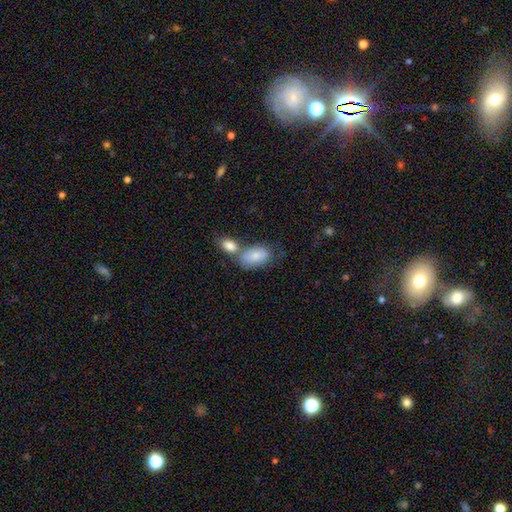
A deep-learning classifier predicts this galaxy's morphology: This is likely a smooth galaxy (79%). How rounded: clearly in between (92%). Merging: possibly merger (46%).